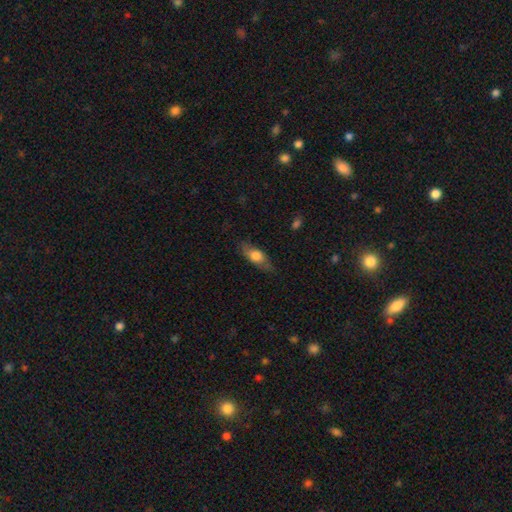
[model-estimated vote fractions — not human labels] smooth 64%, featured or disk 29%, star or artifact 6%. Down the decision tree: how rounded — in between (71%); merging — none (75%).